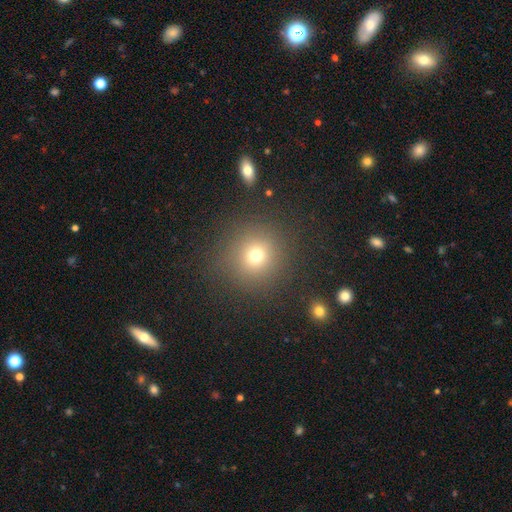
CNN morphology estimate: Smooth or featured: smooth — 72% (star or artifact — 19%)
How rounded: round — 93% (in between — 6%)
Merging: none — 87% (minor disturbance — 7%)